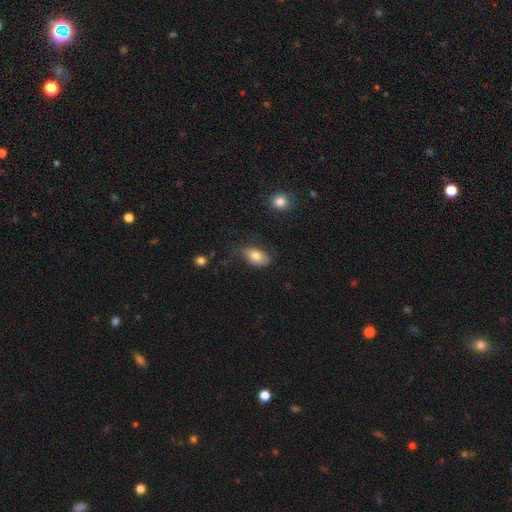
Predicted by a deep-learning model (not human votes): Smooth or featured? smooth (81%)
How rounded? in between (90%)
Merging? none (60%)